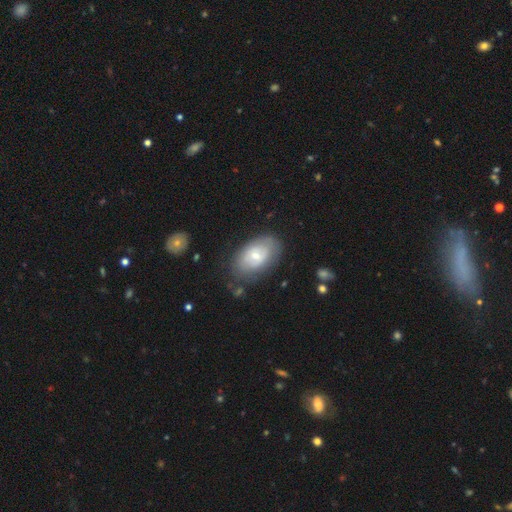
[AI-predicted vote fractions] A smooth galaxy with no disk features (51%) that is in between round and cigar-shaped (89%).

Vote fractions:
- Smooth or featured? smooth: 51% / featured or disk: 42% / star or artifact: 7%
- How rounded? in between: 89% / round: 9% / cigar-shaped: 1%
- Merging? none: 69% / minor disturbance: 21% / major disturbance: 7% / merger: 3%